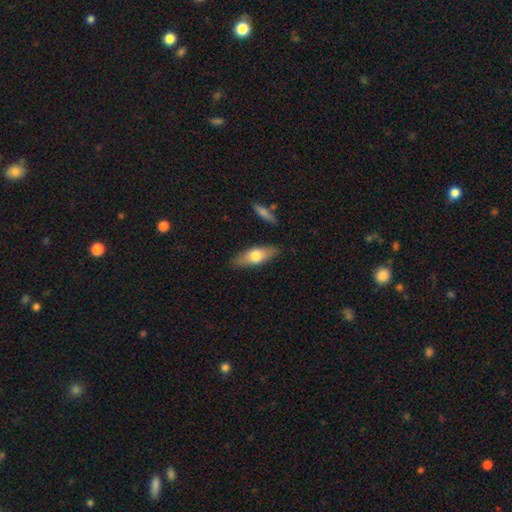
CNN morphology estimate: The model was most divided on "how rounded": in between: 62%, cigar-shaped: 35%, round: 3%. More confident: merging — none (85%); smooth or featured — smooth (61%).